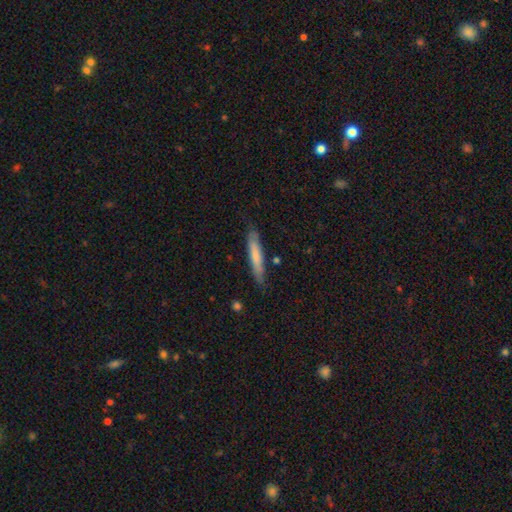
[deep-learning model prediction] This is likely a smooth galaxy (69%). How rounded: clearly cigar-shaped (90%). Merging: likely none (80%).